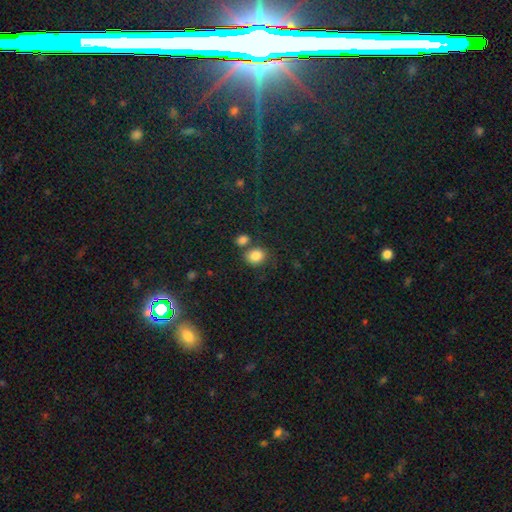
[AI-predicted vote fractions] A smooth galaxy with no disk features (84%) that is round (62%).

Vote fractions:
- Smooth or featured? smooth: 84% / star or artifact: 10% / featured or disk: 6%
- How rounded? round: 62% / in between: 38% / cigar-shaped: 1%
- Merging? none: 59% / merger: 24% / minor disturbance: 13% / major disturbance: 5%